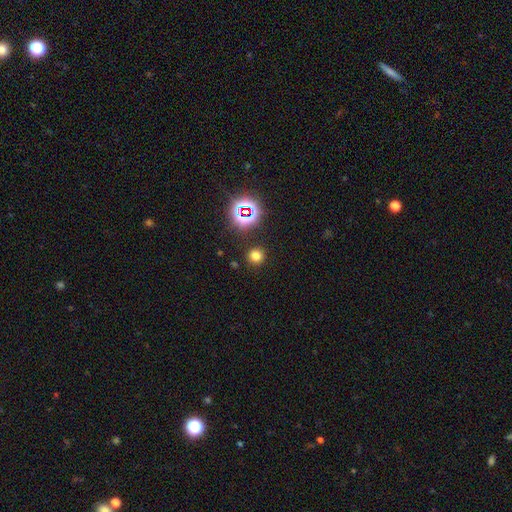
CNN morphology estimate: A smooth galaxy with no disk features (71%) that is round (92%).

Vote fractions:
- Smooth or featured? smooth: 71% / star or artifact: 23% / featured or disk: 6%
- How rounded? round: 92% / in between: 7% / cigar-shaped: 1%
- Merging? none: 89% / minor disturbance: 6% / major disturbance: 3% / merger: 2%